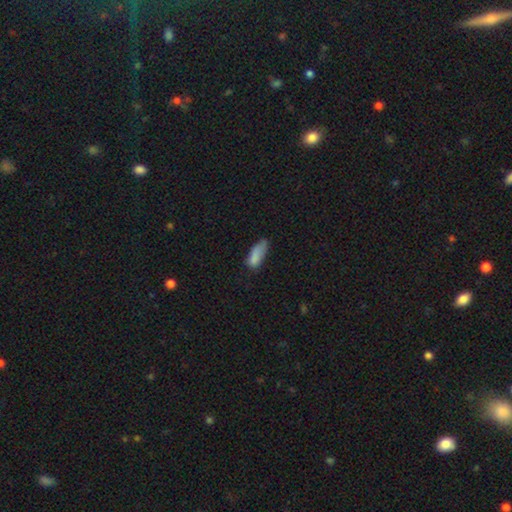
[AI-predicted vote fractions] This is clearly a smooth galaxy (81%). How rounded: likely in between (72%). Merging: marginally minor disturbance (41%).